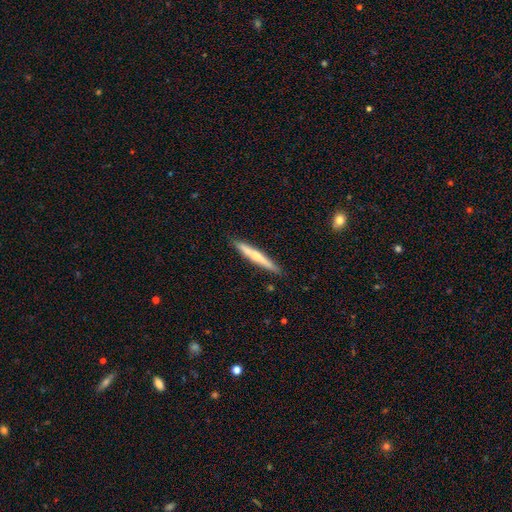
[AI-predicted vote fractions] Overall: smooth (52%; featured or disk 42%). How rounded: cigar-shaped (96%). Merging: none (90%).